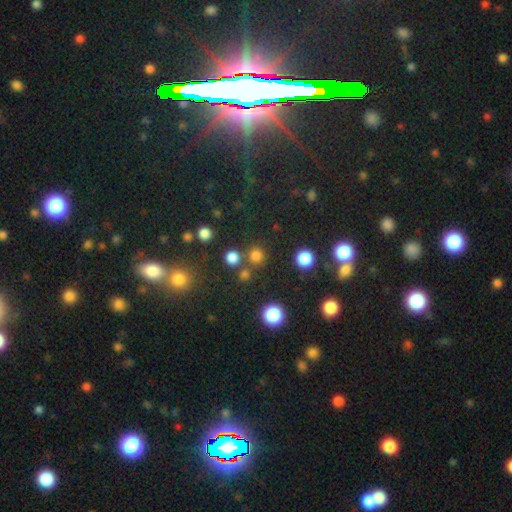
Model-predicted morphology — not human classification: This appears to be a smooth galaxy with no disk features (74%) that is round (92%). Merging: none (77%).